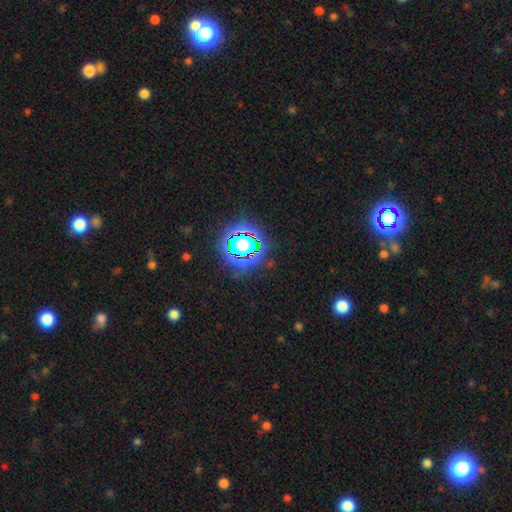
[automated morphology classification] Q: Smooth or featured?
A: star or artifact (81%); runner-up: smooth (12%)